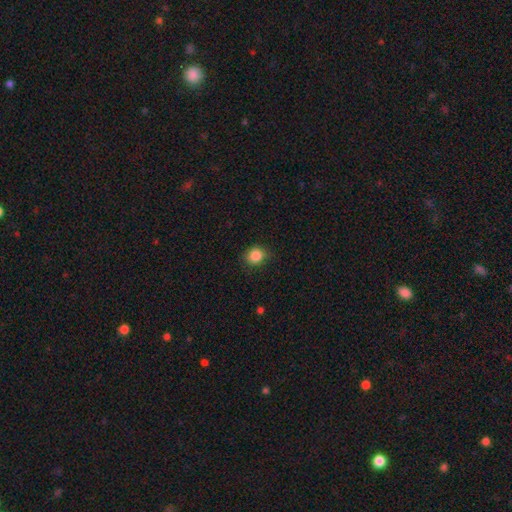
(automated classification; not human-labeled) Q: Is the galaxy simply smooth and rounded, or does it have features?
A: smooth — 86%.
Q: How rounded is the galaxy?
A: round — 77%.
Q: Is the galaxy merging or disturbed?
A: none — 83%.